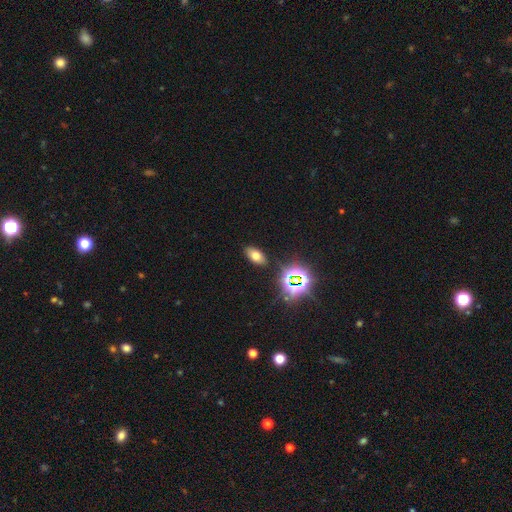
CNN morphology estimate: The model was most divided on "smooth or featured": smooth: 64%, star or artifact: 24%, featured or disk: 12%. More confident: how rounded — in between (89%); merging — none (86%).